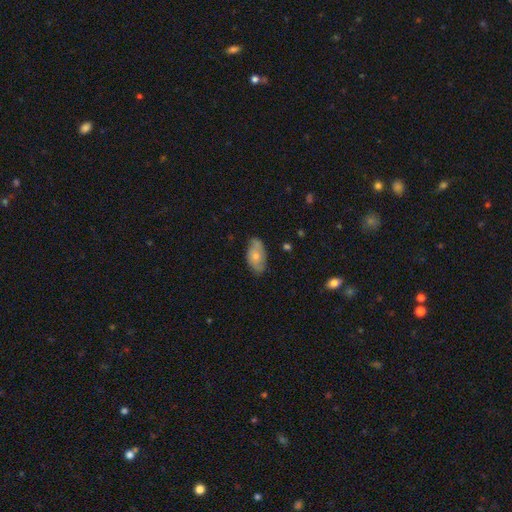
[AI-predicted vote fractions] Smooth or featured?
  - smooth: 58% *
  - featured or disk: 36%
  - star or artifact: 7%
How rounded?
  - in between: 92% *
  - round: 5%
  - cigar-shaped: 3%
Merging?
  - none: 69% *
  - minor disturbance: 25%
  - major disturbance: 5%
  - merger: 2%